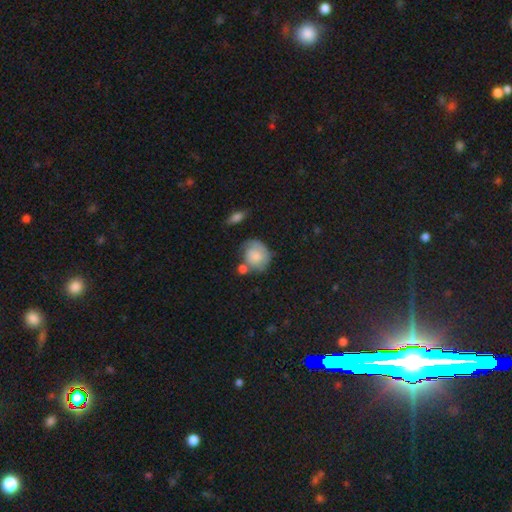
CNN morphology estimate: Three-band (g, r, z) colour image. It shows a smooth galaxy with no disk features (64%) that is round (70%). Merging: none (45%).